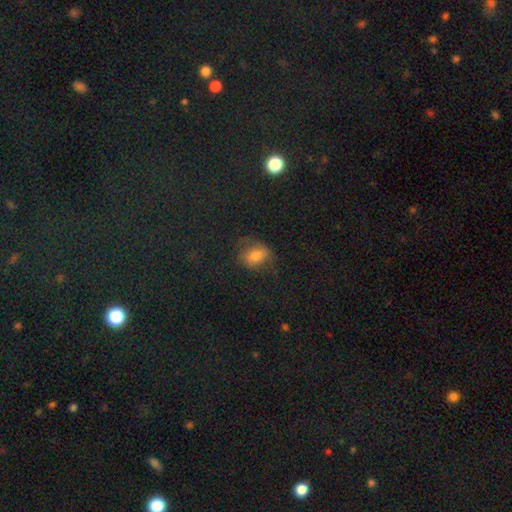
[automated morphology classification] Smooth or featured: smooth — 63% (featured or disk — 23%)
How rounded: round — 50% (in between — 49%)
Merging: none — 63% (minor disturbance — 21%)